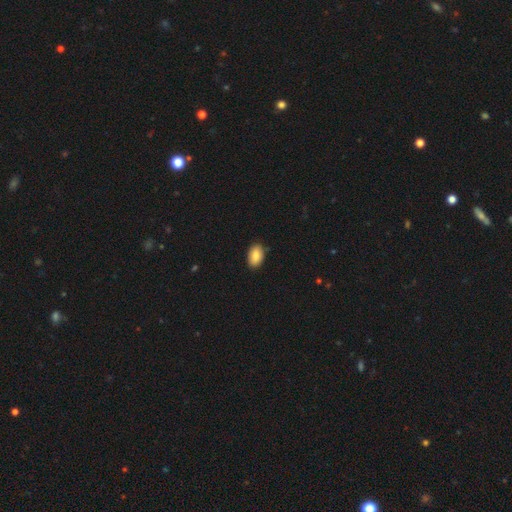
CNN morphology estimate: Overall: smooth (86%). How rounded: in between (92%). Merging: none (88%).